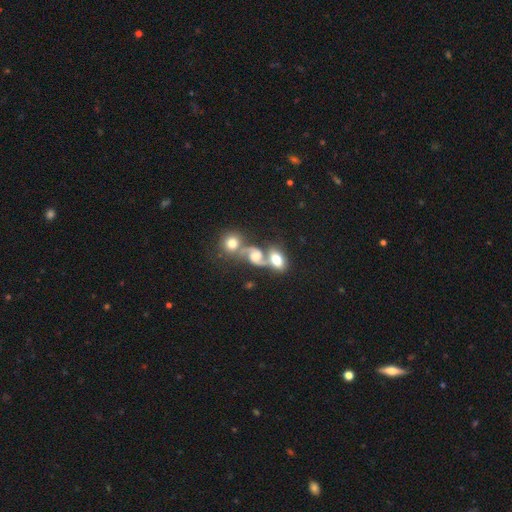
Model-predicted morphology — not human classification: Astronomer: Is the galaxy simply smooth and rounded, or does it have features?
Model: smooth — 55%.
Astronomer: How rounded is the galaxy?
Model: round — 62%.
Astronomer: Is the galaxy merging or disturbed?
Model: merger — 56% (runner-up: none, 32%).